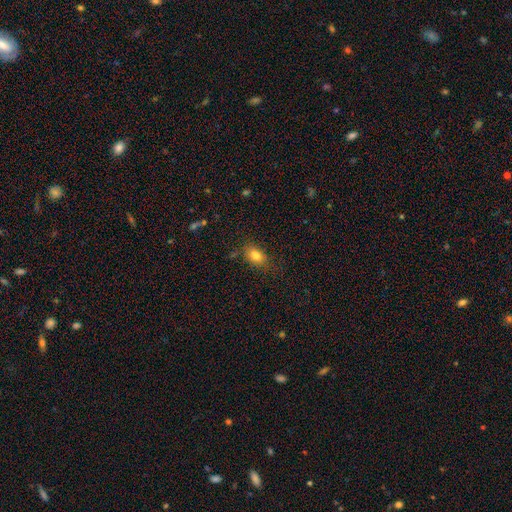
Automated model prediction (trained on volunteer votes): Q: Smooth or featured?
A: smooth (81%); runner-up: star or artifact (11%)
Q: How rounded?
A: in between (77%); runner-up: round (21%)
Q: Merging?
A: none (78%); runner-up: minor disturbance (15%)